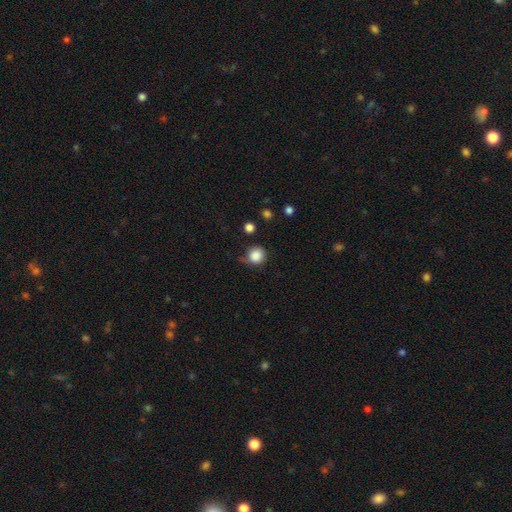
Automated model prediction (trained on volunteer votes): smooth-or-featured: smooth: 86% | star or artifact: 9% | featured or disk: 5%
  how-rounded: round: 91% | in between: 8% | cigar-shaped: 1%
  merging: none: 64% | minor disturbance: 24% | major disturbance: 9% | merger: 3%